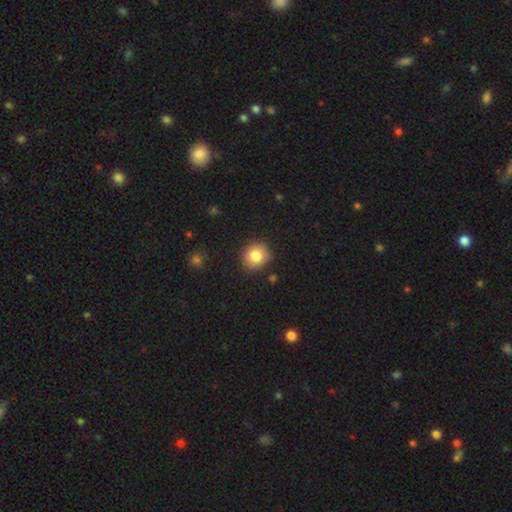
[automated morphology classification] smooth_or_featured: smooth (p=0.83) [alt: star or artifact p=0.10]
how_rounded: round (p=0.83) [alt: in between p=0.16]
merging: none (p=0.86) [alt: minor disturbance p=0.10]